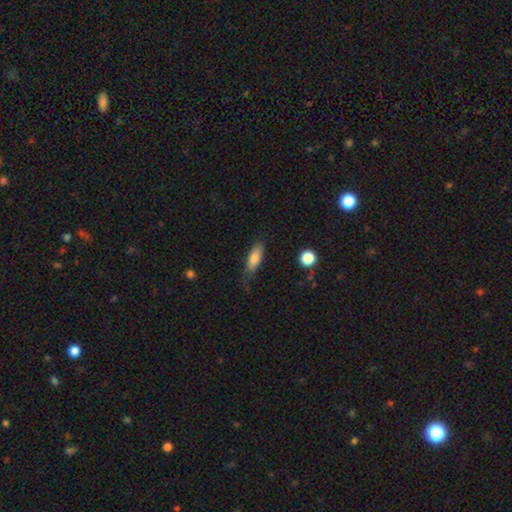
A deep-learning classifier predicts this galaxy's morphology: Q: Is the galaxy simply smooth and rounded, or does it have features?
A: smooth — 77%.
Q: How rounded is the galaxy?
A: in between — 61%.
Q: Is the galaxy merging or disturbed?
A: none — 67%.